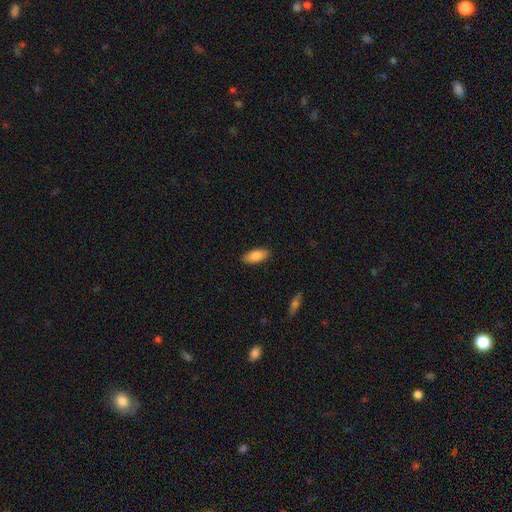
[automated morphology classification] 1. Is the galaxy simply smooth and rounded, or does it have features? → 85% smooth, 8% featured or disk, 6% star or artifact.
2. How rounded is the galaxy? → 85% in between, 13% cigar-shaped, 2% round.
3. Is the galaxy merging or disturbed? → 89% none, 8% minor disturbance, 2% major disturbance, 1% merger.